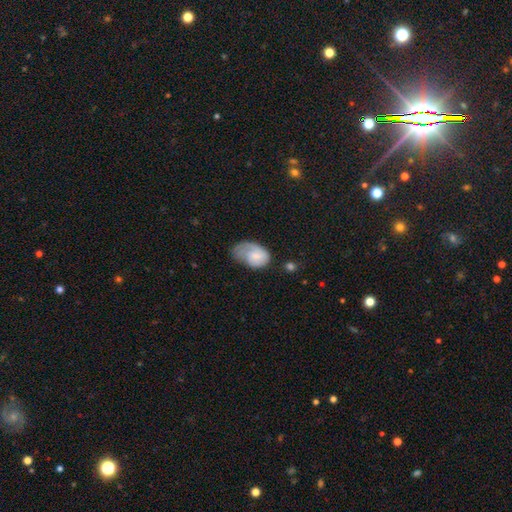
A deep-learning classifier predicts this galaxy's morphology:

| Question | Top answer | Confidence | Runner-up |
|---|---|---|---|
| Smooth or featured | smooth | 63% | featured or disk (30%) |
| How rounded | in between | 87% | round (12%) |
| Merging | major disturbance | 36% | tied: minor disturbance (36%) |